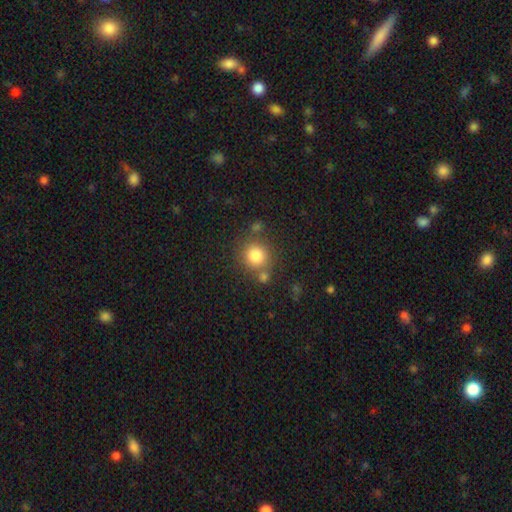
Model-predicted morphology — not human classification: smooth 81%, star or artifact 11%, featured or disk 8%. Down the decision tree: how rounded — round (89%); merging — none (71%).